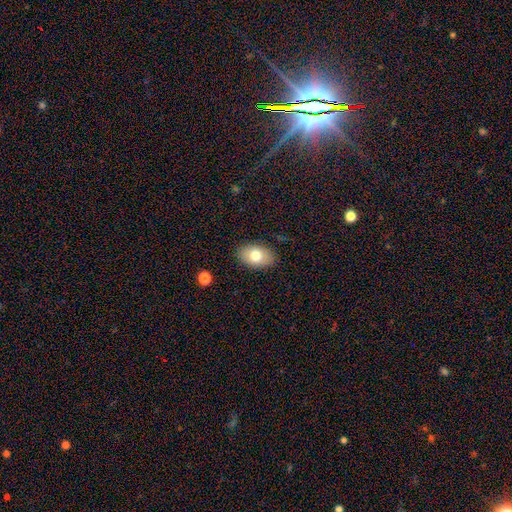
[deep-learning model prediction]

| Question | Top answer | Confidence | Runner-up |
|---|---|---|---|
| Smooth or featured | smooth | 77% | featured or disk (15%) |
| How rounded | in between | 89% | round (10%) |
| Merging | none | 87% | minor disturbance (9%) |